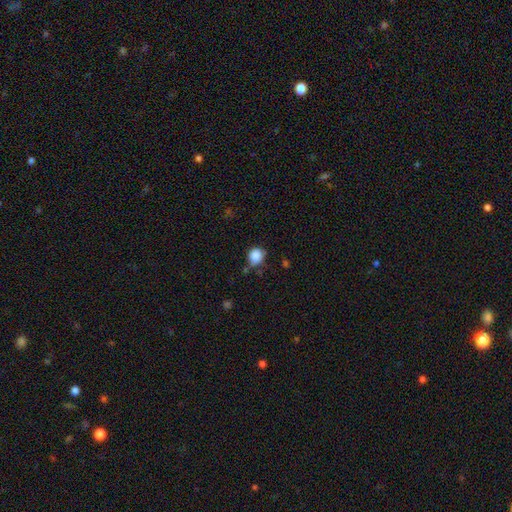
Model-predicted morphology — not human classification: Smooth or featured?
  - smooth: 87% *
  - star or artifact: 9%
  - featured or disk: 4%
How rounded?
  - round: 75% *
  - in between: 24%
  - cigar-shaped: 1%
Merging?
  - none: 63% *
  - minor disturbance: 27%
  - major disturbance: 6%
  - merger: 5%